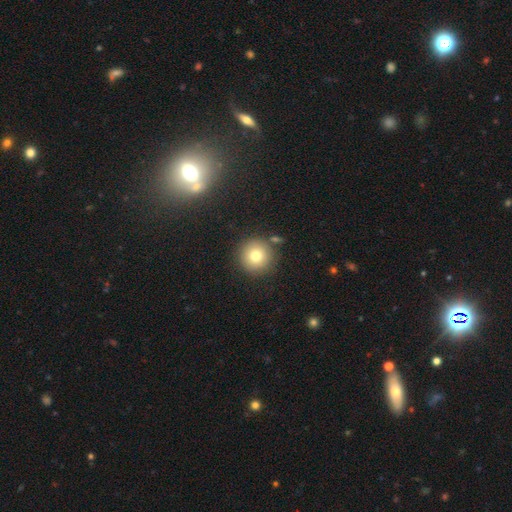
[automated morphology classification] This is likely a smooth galaxy (78%). How rounded: clearly round (95%). Merging: clearly none (84%).